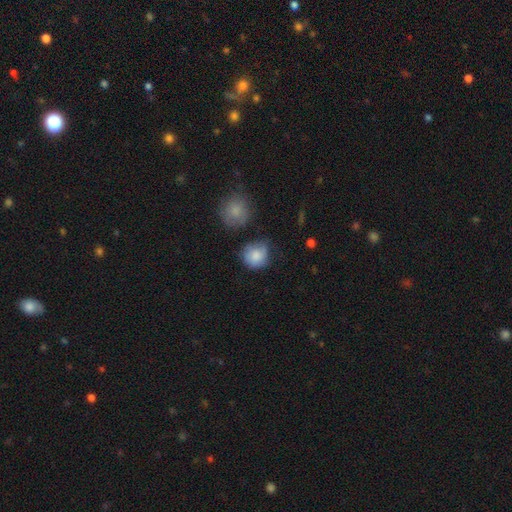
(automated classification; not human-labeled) Smooth or featured: smooth — 83% (featured or disk — 9%)
How rounded: round — 85% (in between — 14%)
Merging: none — 57% (minor disturbance — 29%)